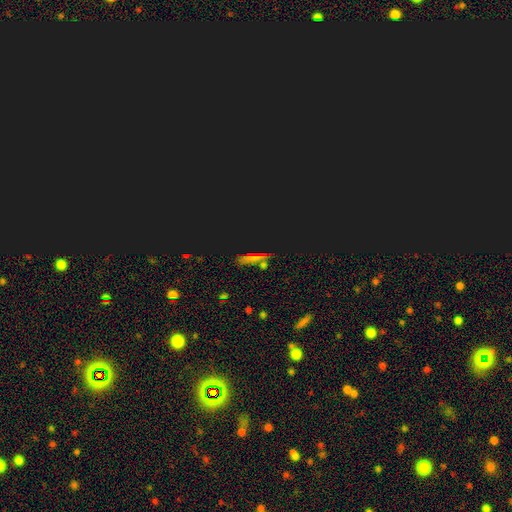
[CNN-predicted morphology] Smooth or featured?
  - star or artifact: 57% *
  - smooth: 33%
  - featured or disk: 11%